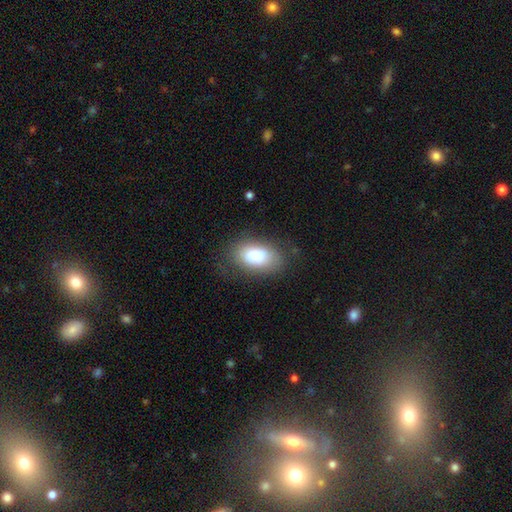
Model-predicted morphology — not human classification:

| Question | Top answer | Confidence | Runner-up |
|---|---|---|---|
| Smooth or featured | smooth | 82% | featured or disk (11%) |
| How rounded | in between | 92% | round (6%) |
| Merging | none | 73% | minor disturbance (18%) |